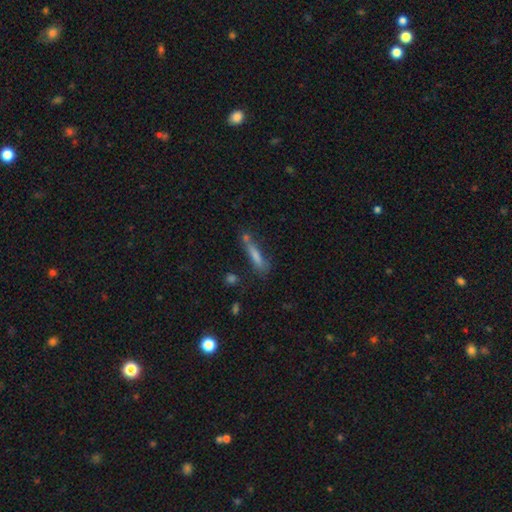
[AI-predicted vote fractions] smooth 63%, featured or disk 26%, star or artifact 11%. Down the decision tree: how rounded — cigar-shaped (86%); merging — none (61%).